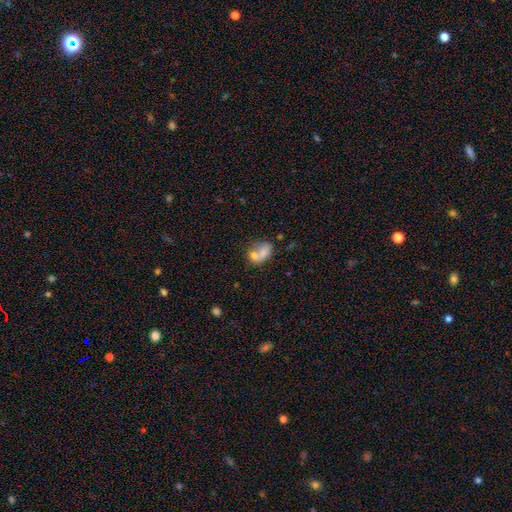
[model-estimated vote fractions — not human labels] A smooth galaxy with no disk features (58%) that is in between round and cigar-shaped (56%). Merging: merger (50%).